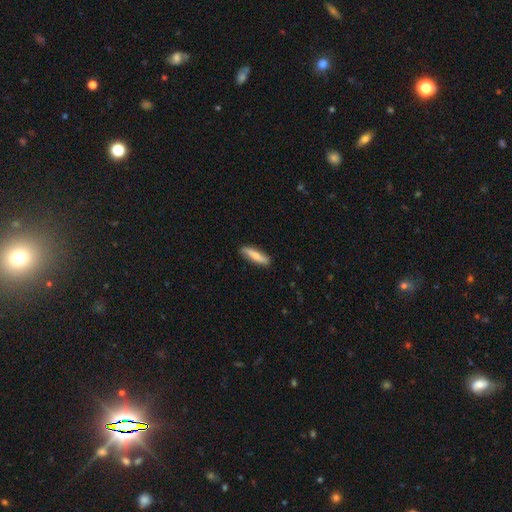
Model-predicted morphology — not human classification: Smooth or featured? smooth (61%)
How rounded? cigar-shaped (74%)
Merging? none (85%)